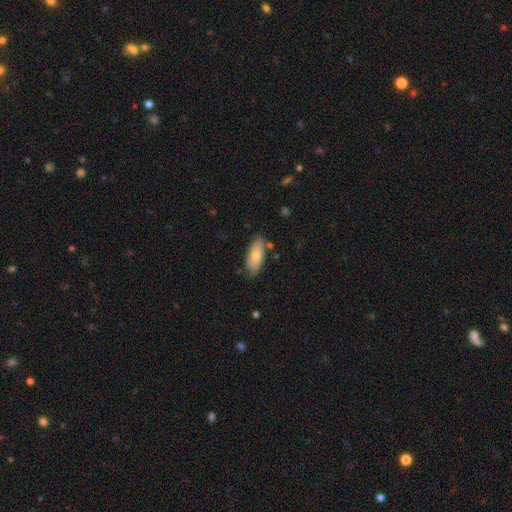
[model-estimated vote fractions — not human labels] This appears to be a smooth galaxy with no disk features (74%) that is in between round and cigar-shaped (83%). Merging: none (76%).